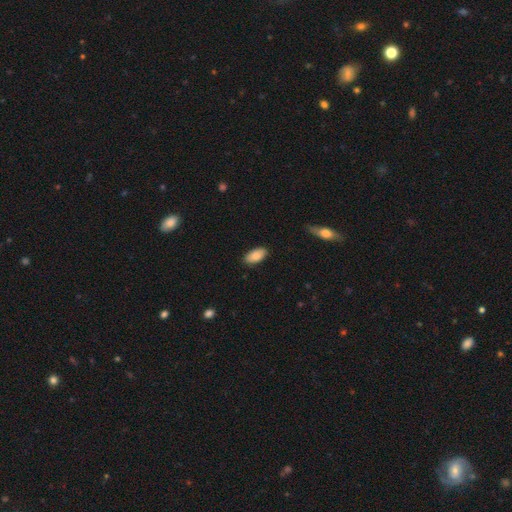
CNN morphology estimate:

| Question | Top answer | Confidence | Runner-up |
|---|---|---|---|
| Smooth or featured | smooth | 89% | star or artifact (6%) |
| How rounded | in between | 93% | cigar-shaped (5%) |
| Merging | none | 87% | minor disturbance (10%) |